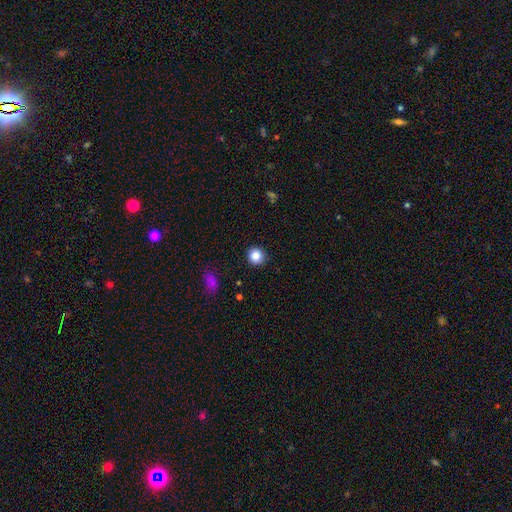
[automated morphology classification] Smooth or featured? smooth (84%)
How rounded? round (91%)
Merging? none (91%)